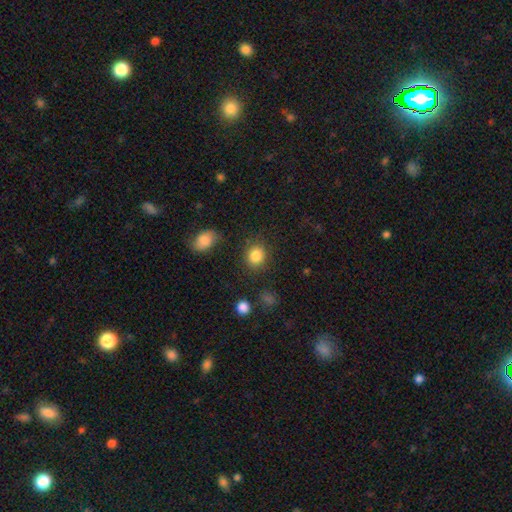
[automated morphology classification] This is clearly a smooth galaxy (85%). How rounded: likely round (73%). Merging: clearly none (83%).